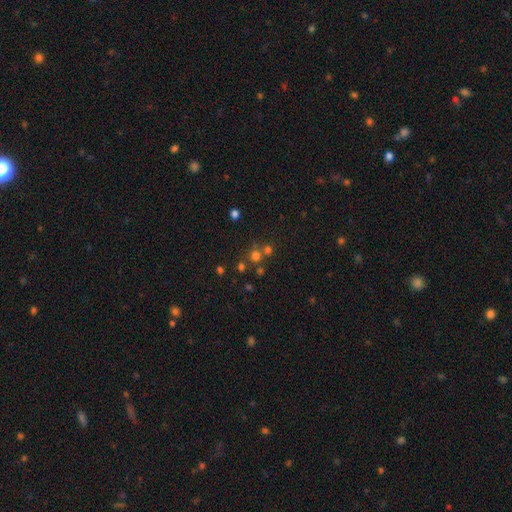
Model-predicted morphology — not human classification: A smooth galaxy with no disk features (61%) that is round (90%).

Vote fractions:
- Smooth or featured? smooth: 61% / star or artifact: 28% / featured or disk: 10%
- How rounded? round: 90% / in between: 9% / cigar-shaped: 1%
- Merging? none: 60% / merger: 29% / minor disturbance: 7% / major disturbance: 4%